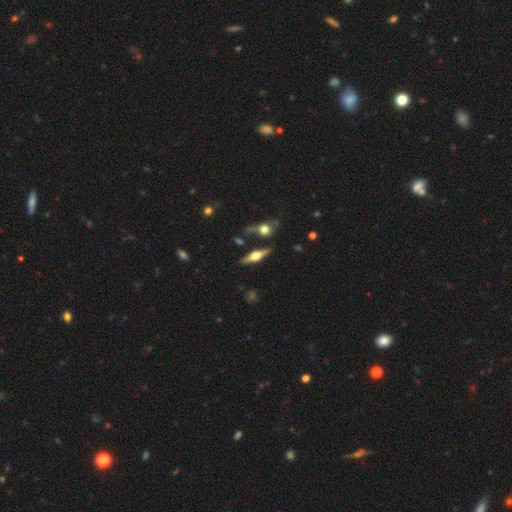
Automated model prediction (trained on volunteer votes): Smooth or featured?
  - featured or disk: 73% *
  - smooth: 21%
  - star or artifact: 6%
Edge-on disk?
  - yes: 96% *
  - no: 4%
Edge-on bulge?
  - rounded: 94% *
  - boxy: 4%
  - none: 2%
Merging?
  - none: 79% *
  - minor disturbance: 10%
  - merger: 7%
  - major disturbance: 3%